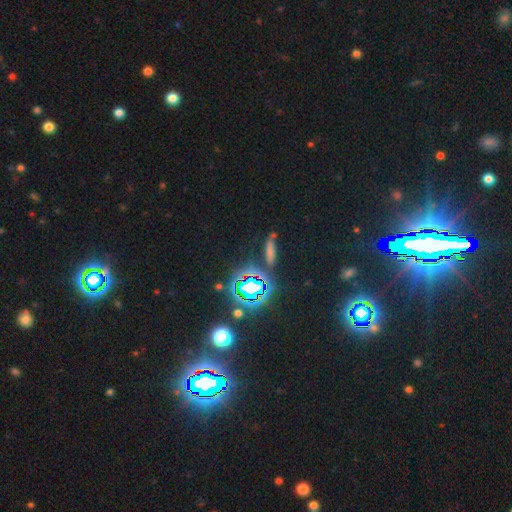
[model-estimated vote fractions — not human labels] A star or artifact, not a galaxy (82%).

Vote fractions:
- Smooth or featured? star or artifact: 82% / smooth: 10% / featured or disk: 8%